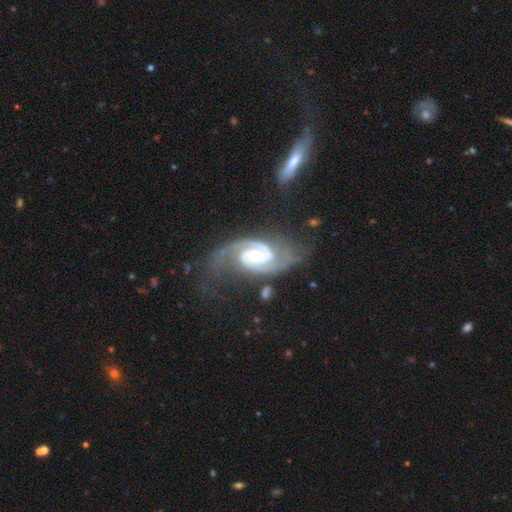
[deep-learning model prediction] smooth-or-featured: featured or disk: 92% | star or artifact: 4% | smooth: 4%
  disk-edge-on: no: 97% | yes: 3%
    bar: no: 51% | weak: 35% | strong: 14%
    has-spiral-arms: yes: 98% | no: 2%
      spiral-winding: medium: 47% | tight: 41% | loose: 12%
      spiral-arm-count: 2: 90% | can't tell: 3% | 3: 3% | 1: 2% | 4: 1% | more than 4: 1%
    bulge-size: moderate: 61% | small: 33% | large: 4% | none: 1% | dominant: 1%
  merging: none: 57% | minor disturbance: 22% | major disturbance: 17% | merger: 4%